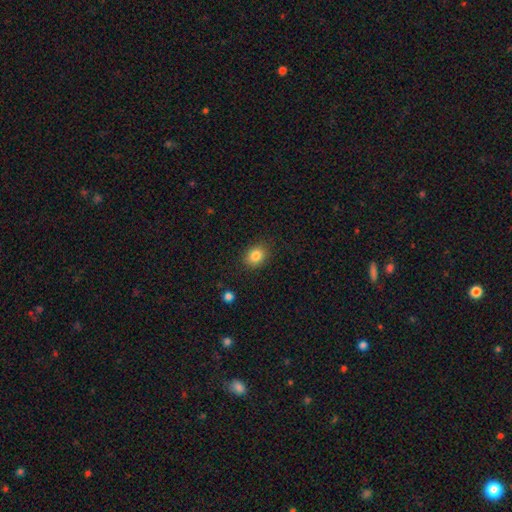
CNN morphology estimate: This appears to be a smooth galaxy with no disk features (84%) that is round (52%). Merging: none (86%).